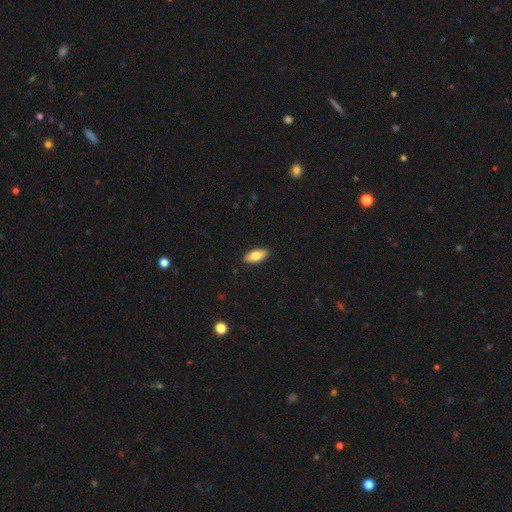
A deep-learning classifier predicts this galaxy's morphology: smooth_or_featured: smooth (p=0.79) [alt: featured or disk p=0.15]
how_rounded: in between (p=0.87) [alt: cigar-shaped p=0.10]
merging: none (p=0.90) [alt: minor disturbance p=0.07]